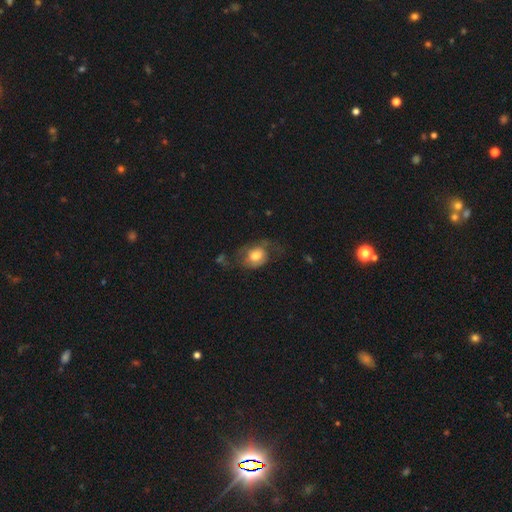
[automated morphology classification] Overall: smooth (61%; featured or disk 32%). How rounded: in between (63%; round 36%). Merging: none (38%; major disturbance 32%).